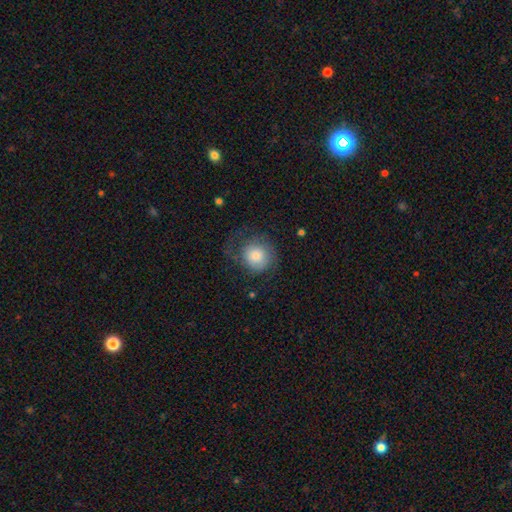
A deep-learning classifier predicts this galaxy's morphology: smooth-or-featured: smooth: 68% | featured or disk: 24% | star or artifact: 8%
  how-rounded: round: 85% | in between: 15% | cigar-shaped: 1%
  merging: none: 52% | minor disturbance: 23% | major disturbance: 23% | merger: 2%